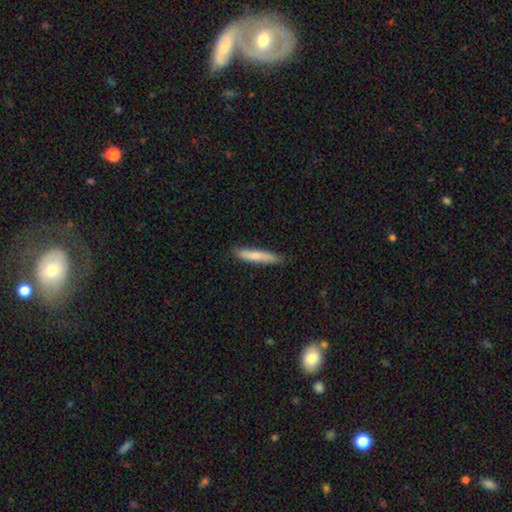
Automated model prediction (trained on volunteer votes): This is likely a smooth galaxy (70%). How rounded: clearly cigar-shaped (90%). Merging: clearly none (84%).